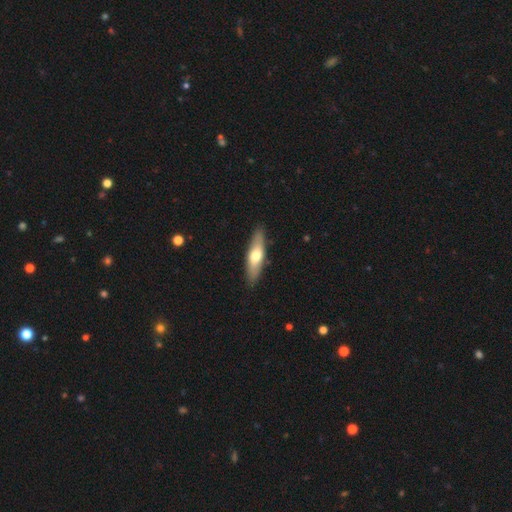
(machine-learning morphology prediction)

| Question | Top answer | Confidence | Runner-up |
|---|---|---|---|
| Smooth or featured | smooth | 58% | featured or disk (37%) |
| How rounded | cigar-shaped | 60% | in between (38%) |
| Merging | none | 88% | minor disturbance (9%) |